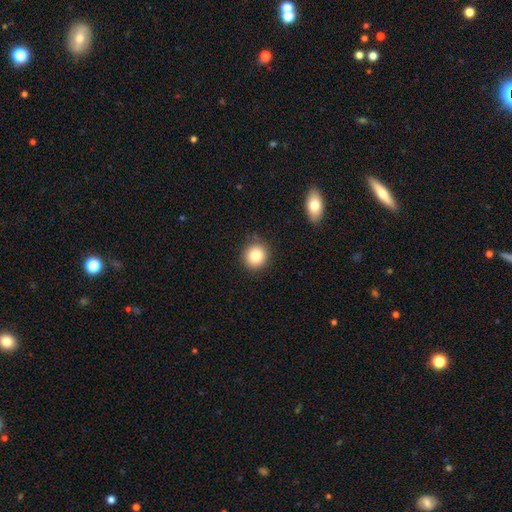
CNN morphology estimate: Q: Smooth or featured?
A: smooth (82%); runner-up: star or artifact (10%)
Q: How rounded?
A: round (90%); runner-up: in between (9%)
Q: Merging?
A: none (86%); runner-up: minor disturbance (10%)